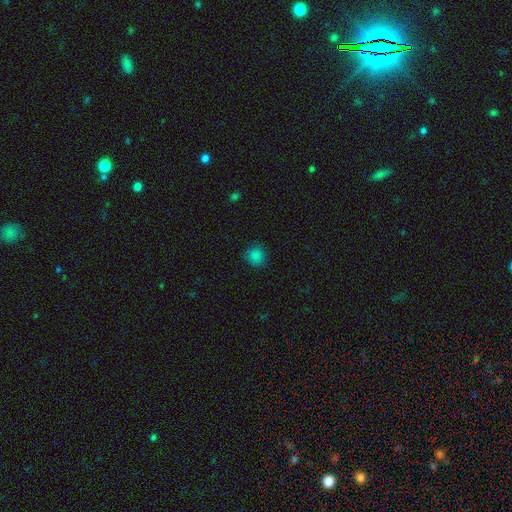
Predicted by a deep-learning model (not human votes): smooth-or-featured: smooth: 84% | star or artifact: 13% | featured or disk: 3%
  how-rounded: round: 90% | in between: 9% | cigar-shaped: 1%
  merging: none: 89% | minor disturbance: 8% | major disturbance: 2% | merger: 1%